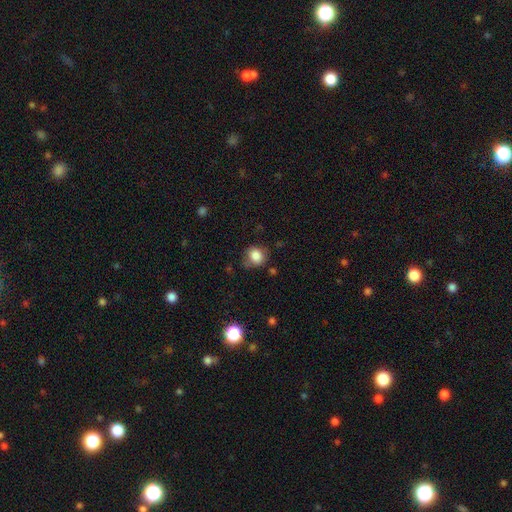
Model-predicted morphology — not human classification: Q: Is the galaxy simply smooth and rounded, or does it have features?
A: smooth — 83%.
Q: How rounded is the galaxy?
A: round — 70%.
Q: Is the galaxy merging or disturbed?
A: none — 67%.